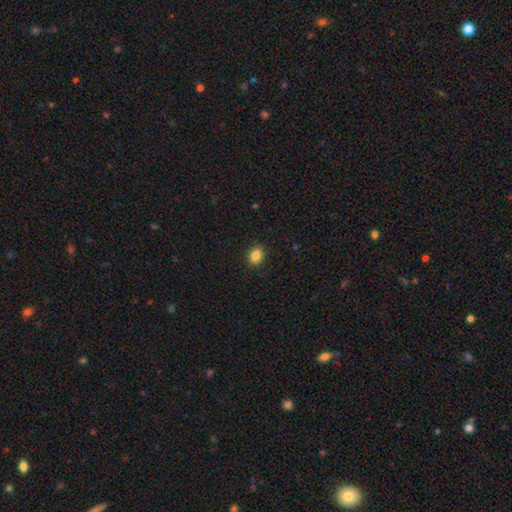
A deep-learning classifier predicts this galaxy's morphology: Smooth or featured?
  - smooth: 86% *
  - star or artifact: 10%
  - featured or disk: 4%
How rounded?
  - in between: 62% *
  - round: 37%
  - cigar-shaped: 1%
Merging?
  - none: 89% *
  - minor disturbance: 8%
  - major disturbance: 2%
  - merger: 1%